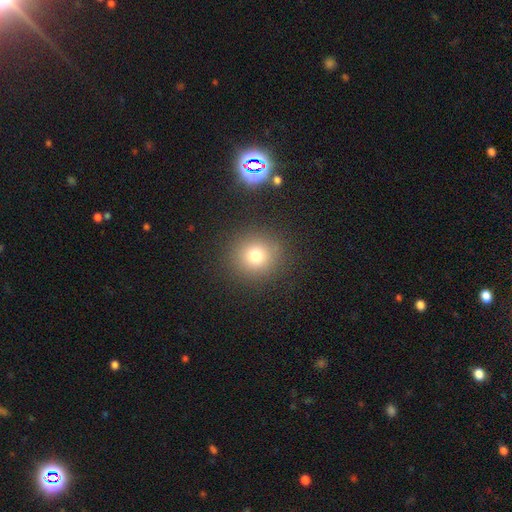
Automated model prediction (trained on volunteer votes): This is likely a smooth galaxy (76%). How rounded: clearly round (90%). Merging: clearly none (88%).